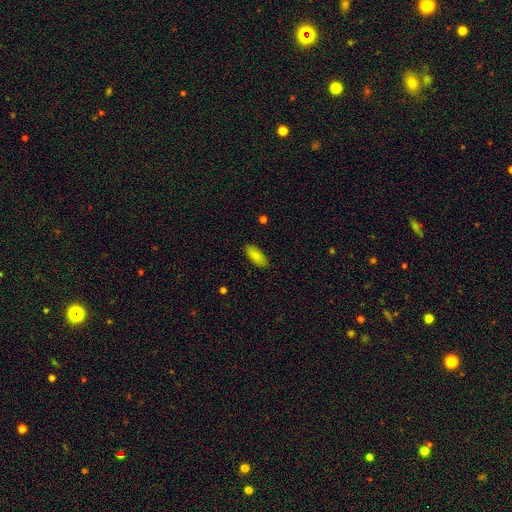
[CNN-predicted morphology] Smooth or featured?
  - smooth: 84% *
  - featured or disk: 9%
  - star or artifact: 7%
How rounded?
  - in between: 84% *
  - cigar-shaped: 14%
  - round: 2%
Merging?
  - none: 87% *
  - minor disturbance: 10%
  - major disturbance: 2%
  - merger: 1%